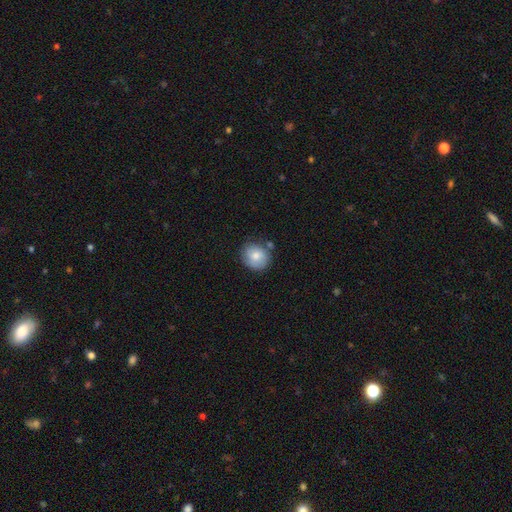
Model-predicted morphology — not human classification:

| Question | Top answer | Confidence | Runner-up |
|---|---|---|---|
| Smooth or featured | smooth | 74% | featured or disk (19%) |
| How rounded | round | 79% | in between (20%) |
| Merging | none | 71% | minor disturbance (18%) |